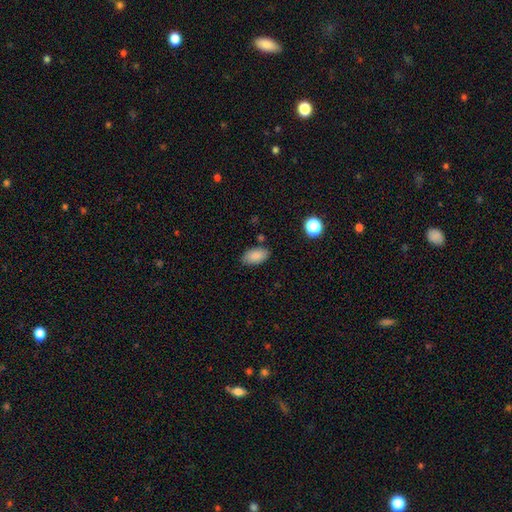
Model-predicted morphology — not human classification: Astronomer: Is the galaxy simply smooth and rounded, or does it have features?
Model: smooth — 87%.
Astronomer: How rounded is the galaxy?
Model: in between — 93%.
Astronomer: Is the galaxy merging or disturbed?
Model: none — 81%.